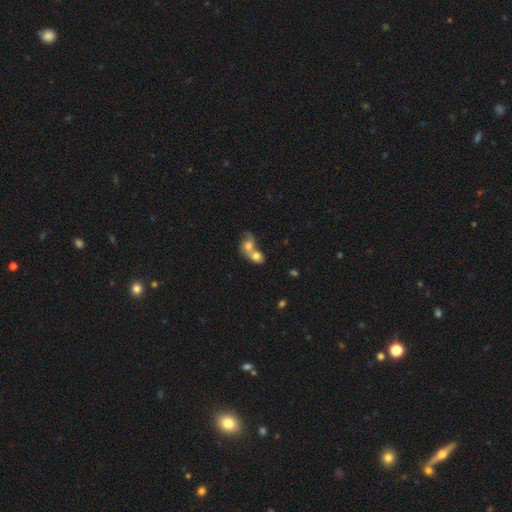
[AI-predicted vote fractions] This is likely a smooth galaxy (70%). How rounded: possibly in between (50%). Merging: likely merger (78%).